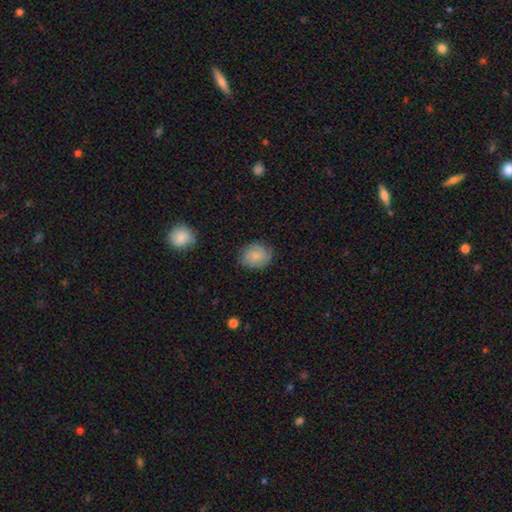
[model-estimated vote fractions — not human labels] A smooth galaxy with no disk features (79%) that is round (64%). Merging: none (78%).